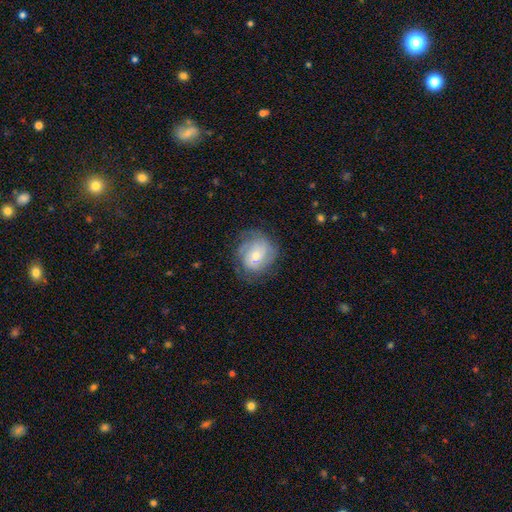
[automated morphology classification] smooth_or_featured: featured or disk (p=0.66) [alt: smooth p=0.26]
disk_edge_on: no (p=0.97) [alt: yes p=0.03]
bar: no (p=0.66) [alt: weak p=0.29]
has_spiral_arms: yes (p=0.88) [alt: no p=0.12]
spiral_winding: tight (p=0.55) [alt: medium p=0.34]
spiral_arm_count: can't tell (p=0.38) [alt: 2 p=0.22]
bulge_size: small (p=0.57) [alt: moderate p=0.37]
merging: none (p=0.70) [alt: minor disturbance p=0.19]